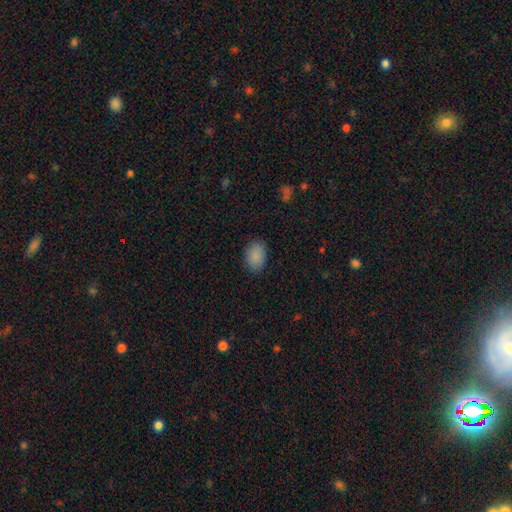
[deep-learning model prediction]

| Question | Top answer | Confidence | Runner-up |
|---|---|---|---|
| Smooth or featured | smooth | 88% | star or artifact (8%) |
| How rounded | in between | 81% | round (18%) |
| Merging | none | 85% | minor disturbance (11%) |